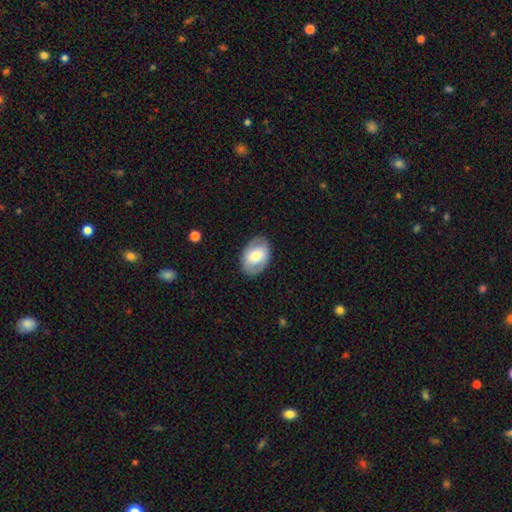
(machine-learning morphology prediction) A smooth galaxy with no disk features (58%) that is in between round and cigar-shaped (83%).

Vote fractions:
- Smooth or featured? smooth: 58% / featured or disk: 36% / star or artifact: 6%
- How rounded? in between: 83% / round: 16% / cigar-shaped: 1%
- Merging? none: 83% / minor disturbance: 12% / major disturbance: 4% / merger: 1%